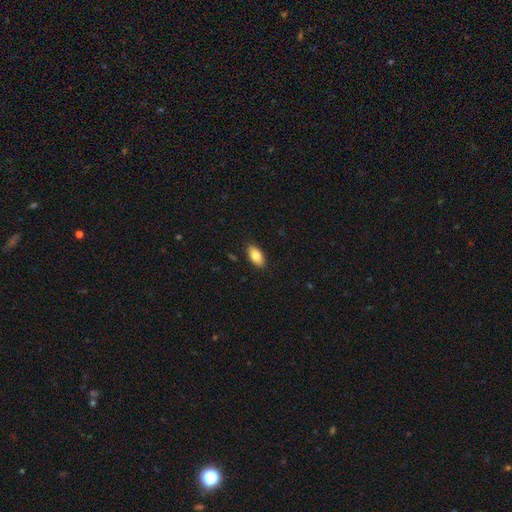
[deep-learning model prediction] A smooth galaxy with no disk features (83%) that is in between round and cigar-shaped (93%).

Vote fractions:
- Smooth or featured? smooth: 83% / featured or disk: 10% / star or artifact: 7%
- How rounded? in between: 93% / cigar-shaped: 4% / round: 3%
- Merging? none: 89% / minor disturbance: 9% / major disturbance: 2% / merger: 1%